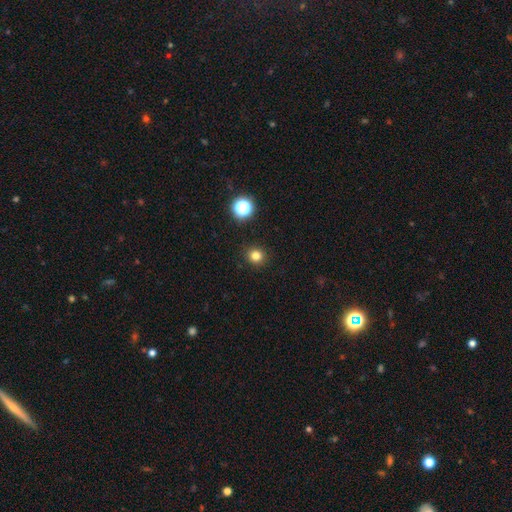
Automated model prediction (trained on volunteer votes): Smooth or featured?
  - smooth: 80% *
  - star or artifact: 15%
  - featured or disk: 5%
How rounded?
  - round: 91% *
  - in between: 8%
  - cigar-shaped: 1%
Merging?
  - none: 92% *
  - minor disturbance: 5%
  - major disturbance: 2%
  - merger: 1%